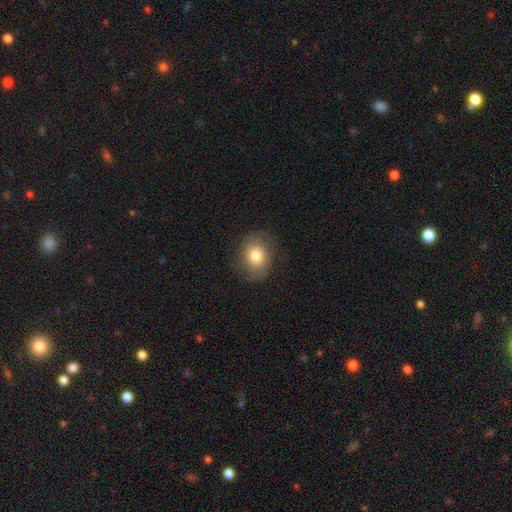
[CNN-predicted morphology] Q: Smooth or featured?
A: smooth (74%); runner-up: featured or disk (17%)
Q: How rounded?
A: round (55%); runner-up: in between (44%)
Q: Merging?
A: none (77%); runner-up: minor disturbance (16%)